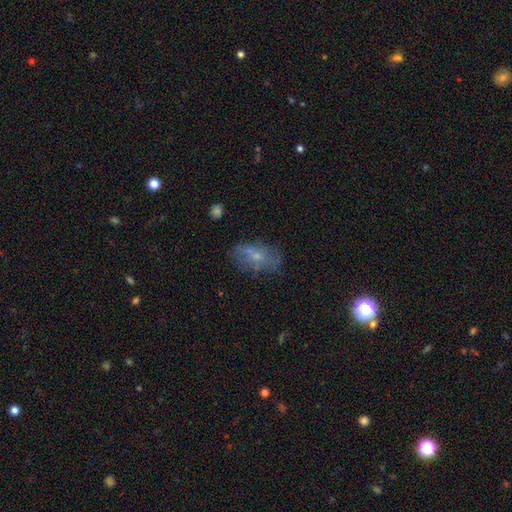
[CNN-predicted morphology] Overall: smooth (49%; featured or disk 39%). Merging: none (58%; minor disturbance 24%).